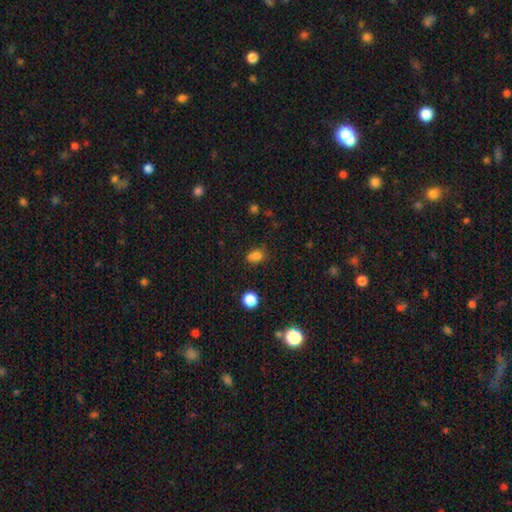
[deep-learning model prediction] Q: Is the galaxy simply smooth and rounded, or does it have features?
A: smooth — 76%.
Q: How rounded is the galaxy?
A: in between — 61%.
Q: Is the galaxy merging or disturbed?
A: none — 59%.